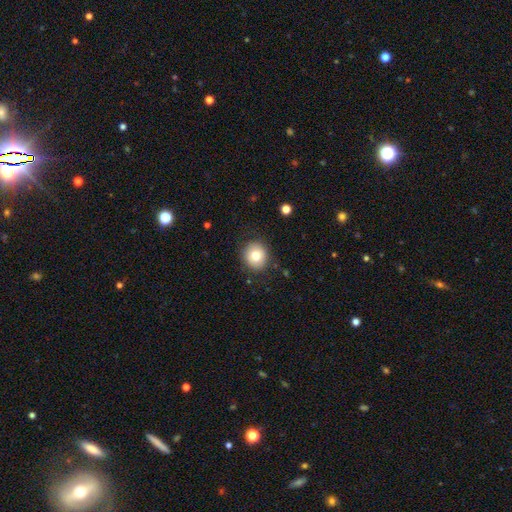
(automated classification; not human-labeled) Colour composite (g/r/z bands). It shows a smooth galaxy with no disk features (78%) that is round (87%). Merging: none (87%).